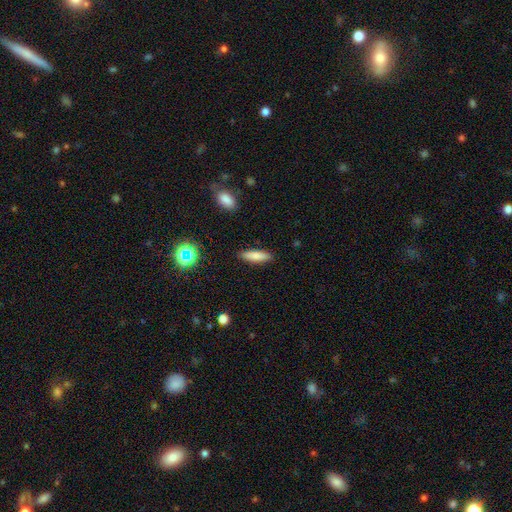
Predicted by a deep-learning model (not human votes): smooth-or-featured: smooth: 81% | featured or disk: 11% | star or artifact: 8%
  how-rounded: cigar-shaped: 62% | in between: 36% | round: 2%
  merging: none: 89% | minor disturbance: 8% | major disturbance: 2% | merger: 1%